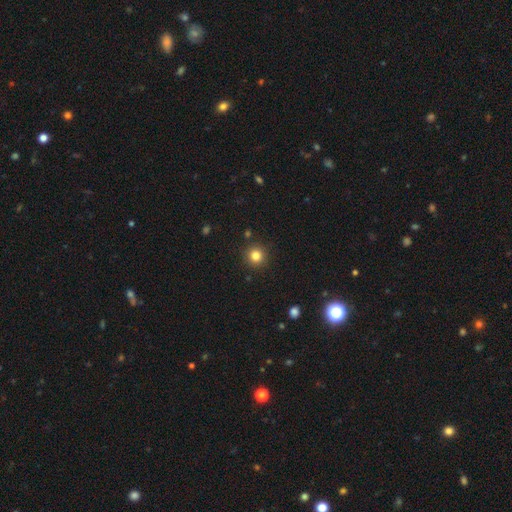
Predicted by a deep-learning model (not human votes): The model was most divided on "smooth or featured": smooth: 83%, star or artifact: 12%, featured or disk: 5%. More confident: how rounded — round (94%); merging — none (90%).